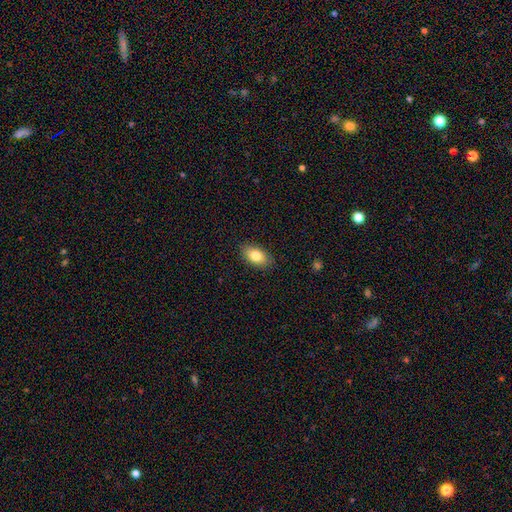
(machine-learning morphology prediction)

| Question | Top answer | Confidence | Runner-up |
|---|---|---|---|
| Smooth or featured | smooth | 81% | featured or disk (11%) |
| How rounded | in between | 90% | round (7%) |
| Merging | none | 87% | minor disturbance (10%) |